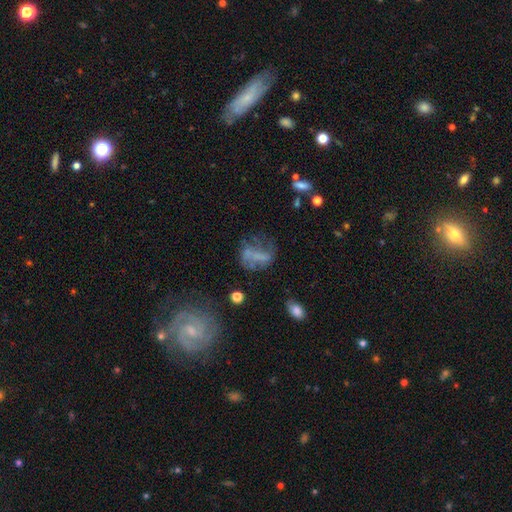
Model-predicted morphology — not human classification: smooth-or-featured: featured or disk: 46% | smooth: 35% | star or artifact: 19%
  merging: none: 40% | major disturbance: 31% | minor disturbance: 21% | merger: 8%